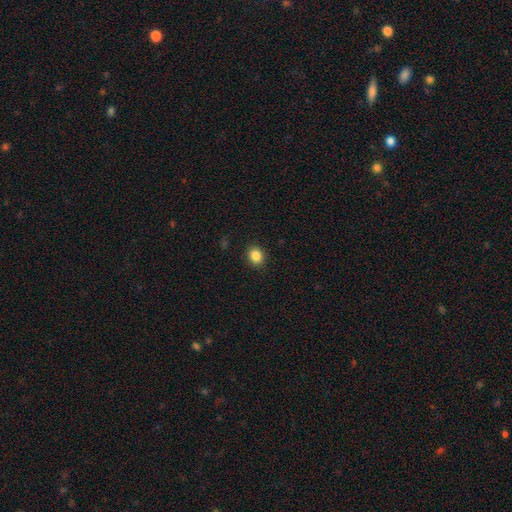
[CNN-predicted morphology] Smooth or featured? Predicted: smooth (p=0.86). How rounded? Predicted: round (p=0.67). Merging? Predicted: none (p=0.91).